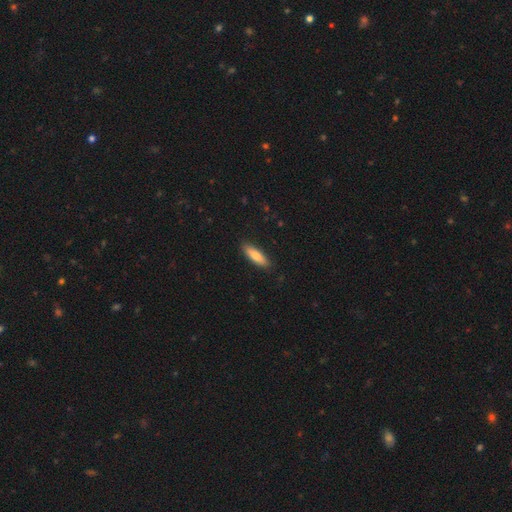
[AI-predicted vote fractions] Smooth or featured? Predicted: smooth (p=0.81). How rounded? Predicted: cigar-shaped (p=0.55). Merging? Predicted: none (p=0.88).